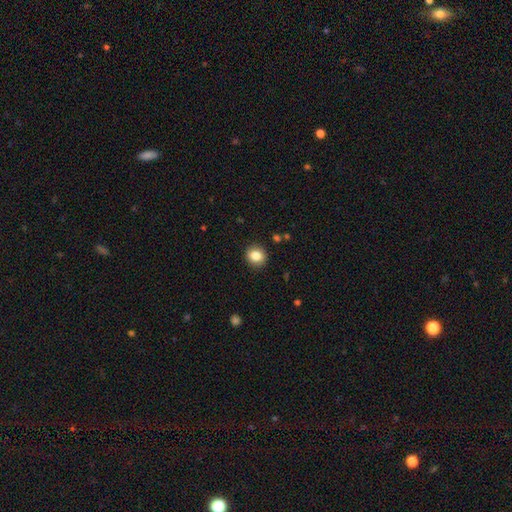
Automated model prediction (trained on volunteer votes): Smooth or featured? Predicted: smooth (p=0.84). How rounded? Predicted: round (p=0.81). Merging? Predicted: none (p=0.90).